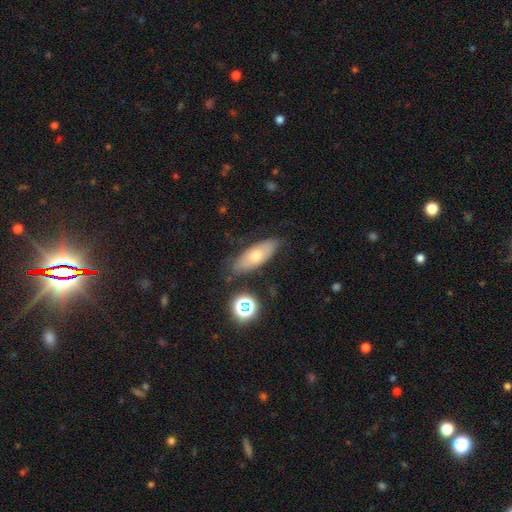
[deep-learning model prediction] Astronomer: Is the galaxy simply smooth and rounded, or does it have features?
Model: smooth — 63%.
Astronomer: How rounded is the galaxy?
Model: in between — 68%.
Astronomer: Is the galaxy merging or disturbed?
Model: none — 79%.